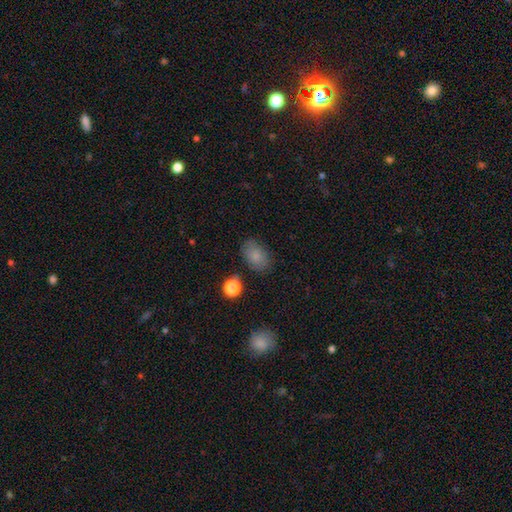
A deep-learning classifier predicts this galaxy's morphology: Q: Smooth or featured?
A: smooth (81%); runner-up: star or artifact (10%)
Q: How rounded?
A: in between (83%); runner-up: round (15%)
Q: Merging?
A: none (79%); runner-up: minor disturbance (15%)